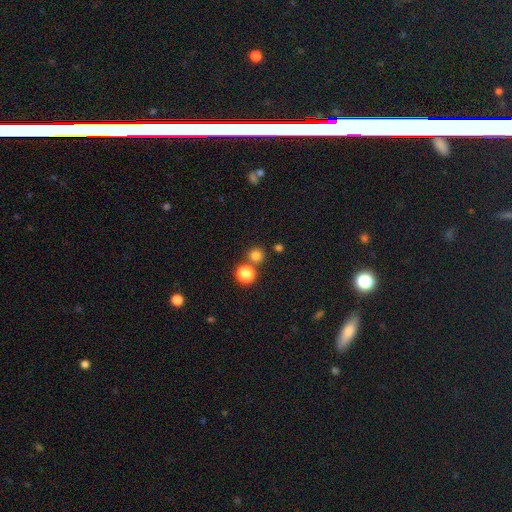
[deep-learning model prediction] smooth-or-featured: smooth: 78% | star or artifact: 17% | featured or disk: 5%
  how-rounded: round: 93% | in between: 6% | cigar-shaped: 1%
  merging: none: 76% | merger: 16% | minor disturbance: 6% | major disturbance: 2%